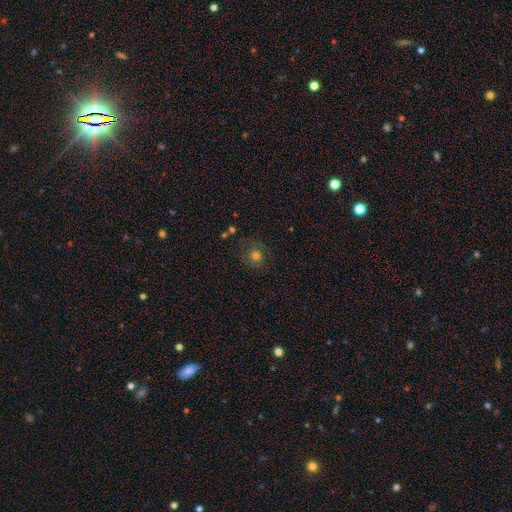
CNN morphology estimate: Smooth or featured?
  - smooth: 55% *
  - featured or disk: 29%
  - star or artifact: 16%
How rounded?
  - round: 83% *
  - in between: 16%
  - cigar-shaped: 1%
Merging?
  - none: 74% *
  - minor disturbance: 15%
  - major disturbance: 9%
  - merger: 2%